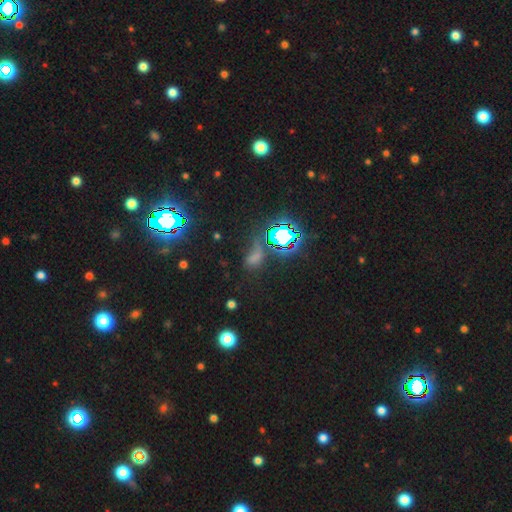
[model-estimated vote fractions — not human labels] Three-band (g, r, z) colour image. It shows a star or artifact, not a galaxy (55%).